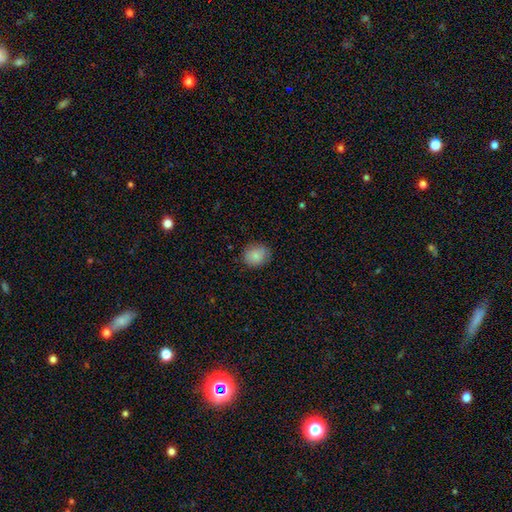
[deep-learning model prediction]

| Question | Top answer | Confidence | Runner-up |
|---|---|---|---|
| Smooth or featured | smooth | 87% | star or artifact (8%) |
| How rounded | round | 70% | in between (29%) |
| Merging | none | 86% | minor disturbance (11%) |